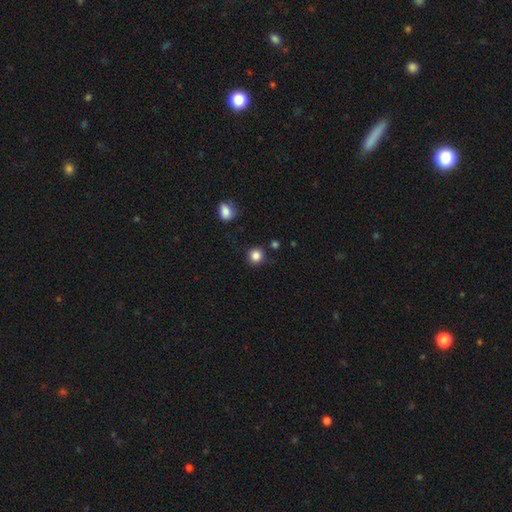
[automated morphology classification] A smooth galaxy with no disk features (85%) that is round (91%).

Vote fractions:
- Smooth or featured? smooth: 85% / star or artifact: 11% / featured or disk: 4%
- How rounded? round: 91% / in between: 8% / cigar-shaped: 1%
- Merging? none: 86% / minor disturbance: 8% / merger: 3% / major disturbance: 3%